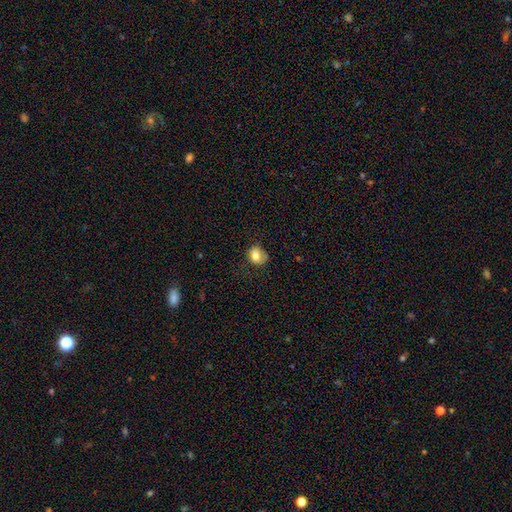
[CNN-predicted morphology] The model was most divided on "how rounded": round: 59%, in between: 40%, cigar-shaped: 1%. More confident: smooth or featured — smooth (76%); merging — none (54%).